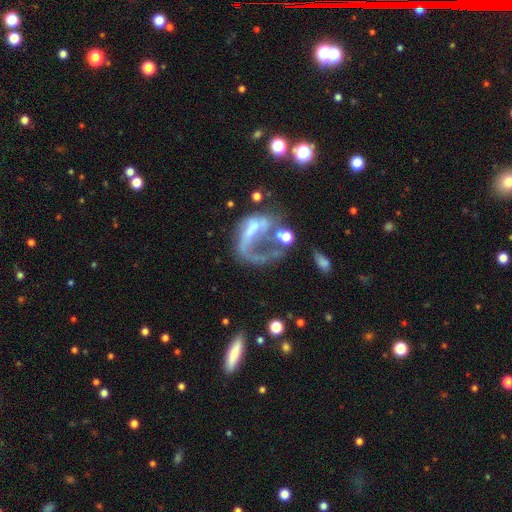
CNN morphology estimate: featured or disk 70%, smooth 18%, star or artifact 12%. Down the decision tree: edge-on disk — no (97%); bar — no (62%); spiral arms — yes (59%); bulge size — none (52%); merging — major disturbance (48%).